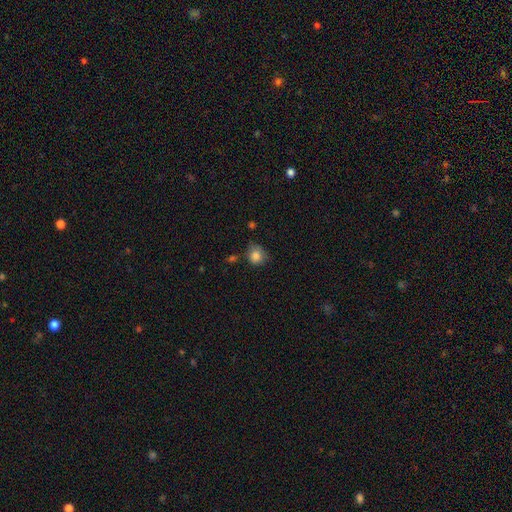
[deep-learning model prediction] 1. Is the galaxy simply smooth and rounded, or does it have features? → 84% smooth, 9% star or artifact, 7% featured or disk.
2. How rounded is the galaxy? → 76% round, 23% in between, 1% cigar-shaped.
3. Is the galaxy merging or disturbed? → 56% none, 31% minor disturbance, 8% major disturbance, 4% merger.